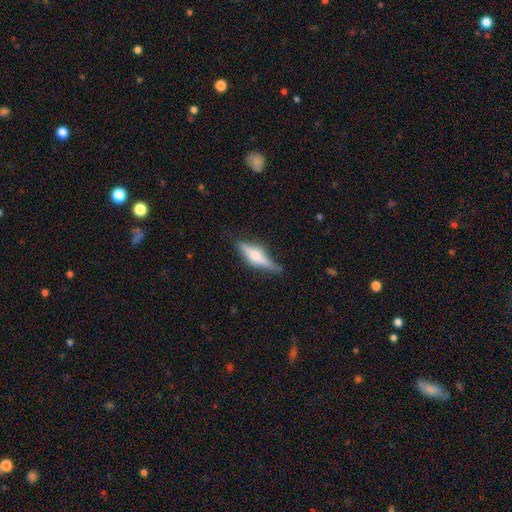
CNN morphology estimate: Smooth or featured? Predicted: featured or disk (p=0.56). Edge-on disk? Predicted: yes (p=0.94). Edge-on bulge? Predicted: rounded (p=0.82). Merging? Predicted: none (p=0.72).